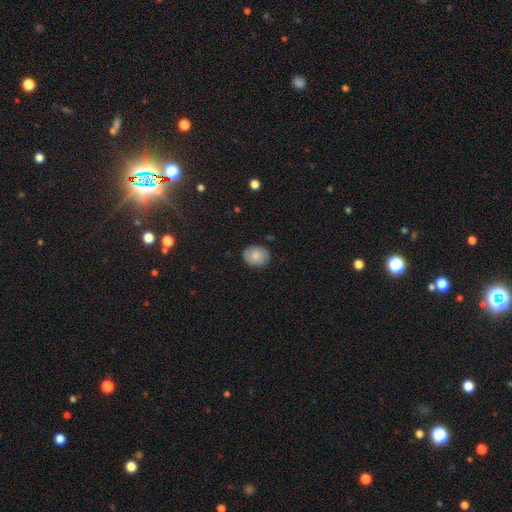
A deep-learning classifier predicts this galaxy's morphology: The model was most divided on "how rounded": round: 61%, in between: 38%, cigar-shaped: 1%. More confident: merging — none (84%); smooth or featured — smooth (80%).